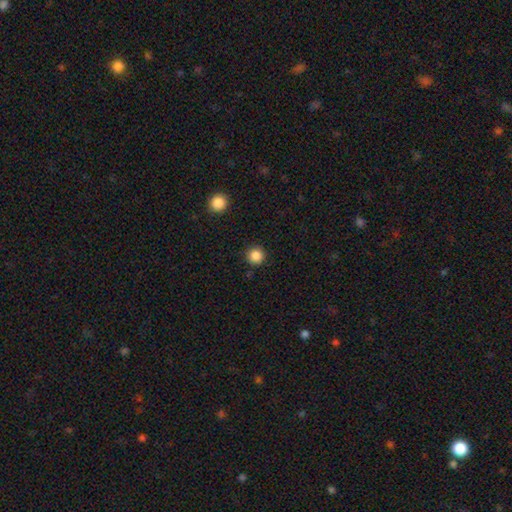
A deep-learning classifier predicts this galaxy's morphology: Smooth or featured?
  - smooth: 86% *
  - star or artifact: 11%
  - featured or disk: 3%
How rounded?
  - round: 95% *
  - in between: 4%
  - cigar-shaped: 1%
Merging?
  - none: 90% *
  - minor disturbance: 6%
  - major disturbance: 2%
  - merger: 2%